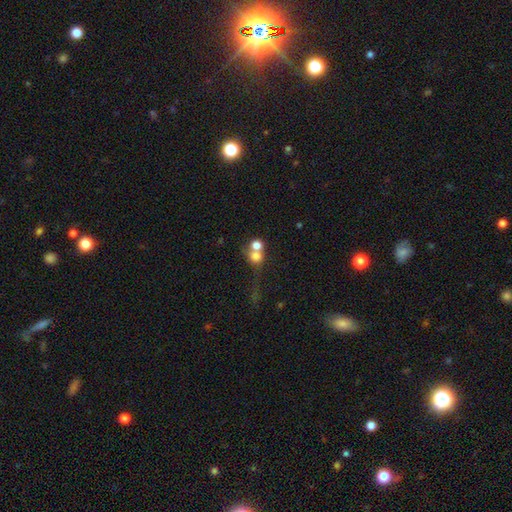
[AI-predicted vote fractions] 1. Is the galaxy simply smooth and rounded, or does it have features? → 70% smooth, 17% featured or disk, 13% star or artifact.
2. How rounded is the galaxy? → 76% round, 22% in between, 2% cigar-shaped.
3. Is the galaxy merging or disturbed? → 60% merger, 25% none, 9% major disturbance, 6% minor disturbance.